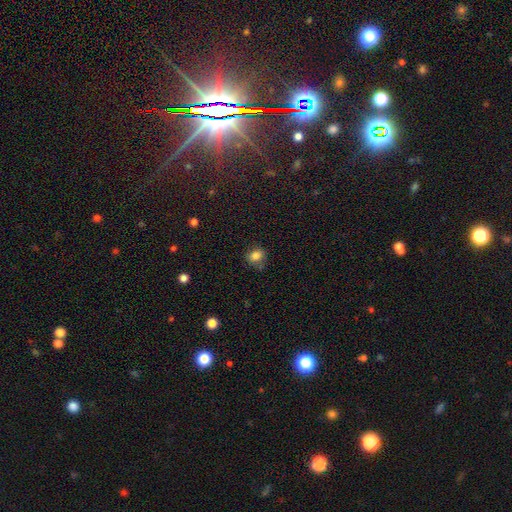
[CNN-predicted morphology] Smooth or featured?
  - smooth: 81% *
  - star or artifact: 12%
  - featured or disk: 8%
How rounded?
  - round: 51% *
  - in between: 48%
  - cigar-shaped: 1%
Merging?
  - none: 70% *
  - minor disturbance: 21%
  - major disturbance: 6%
  - merger: 3%